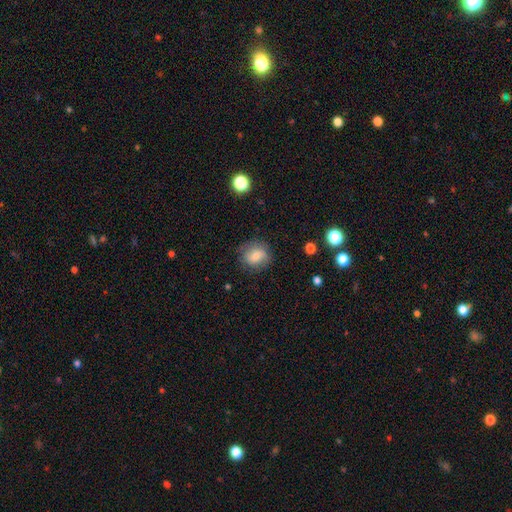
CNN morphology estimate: This appears to be a smooth galaxy with no disk features (67%) that is round (70%). Merging: none (75%).